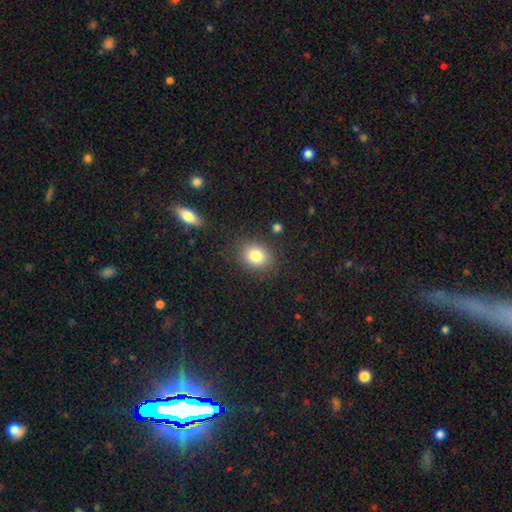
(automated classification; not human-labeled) A smooth galaxy with no disk features (82%) that is round (58%).

Vote fractions:
- Smooth or featured? smooth: 82% / star or artifact: 10% / featured or disk: 8%
- How rounded? round: 58% / in between: 41% / cigar-shaped: 1%
- Merging? none: 85% / minor disturbance: 9% / major disturbance: 3% / merger: 2%